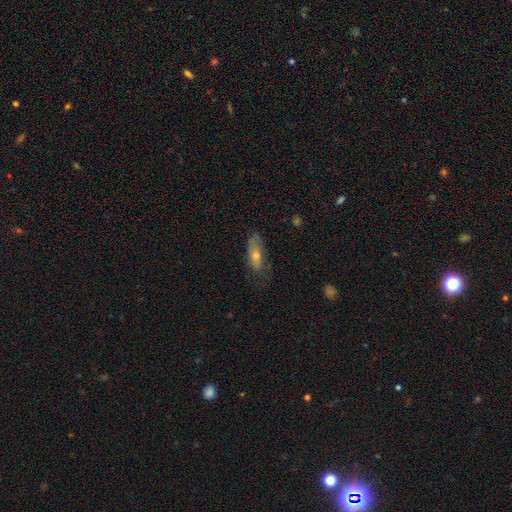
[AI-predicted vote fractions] Q: Smooth or featured?
A: smooth (53%); runner-up: featured or disk (38%)
Q: How rounded?
A: in between (66%); runner-up: cigar-shaped (30%)
Q: Merging?
A: none (57%); runner-up: minor disturbance (30%)